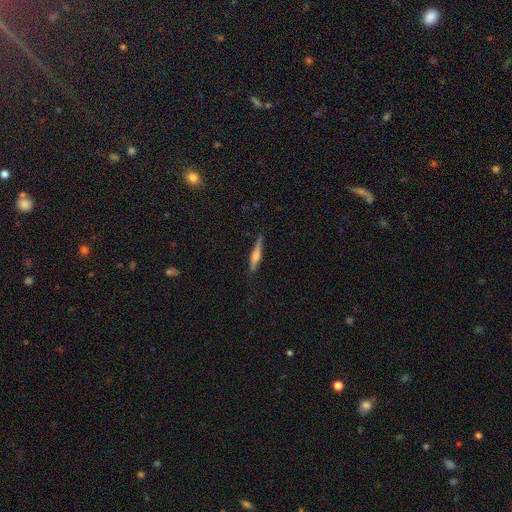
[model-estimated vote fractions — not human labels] Overall: featured or disk (53%; smooth 41%). Edge-on disk: yes (97%). Edge-on bulge: rounded (78%). Merging: none (86%).